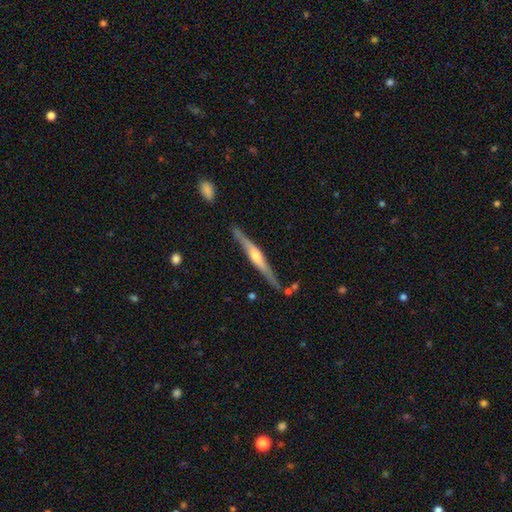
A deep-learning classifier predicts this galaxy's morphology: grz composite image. It shows a featured or disk galaxy (77%) viewed edge-on (98%) with a rounded central bulge (85%). Merging: none (84%).